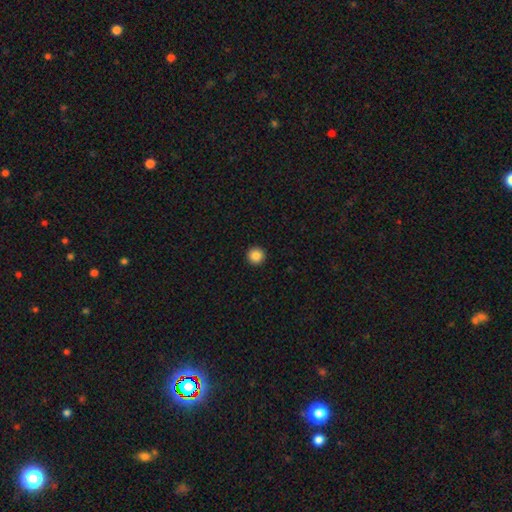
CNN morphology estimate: This is clearly a smooth galaxy (86%). How rounded: clearly round (96%). Merging: clearly none (94%).